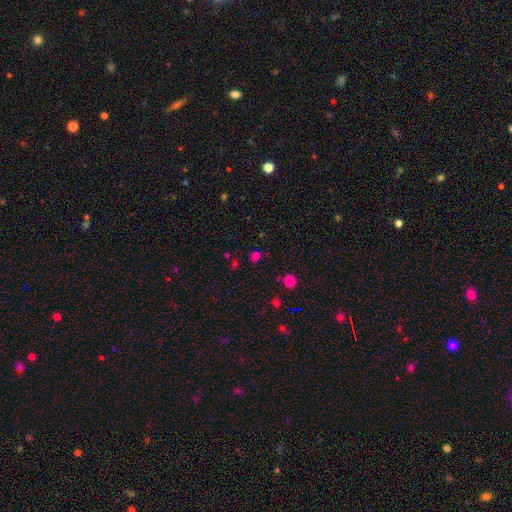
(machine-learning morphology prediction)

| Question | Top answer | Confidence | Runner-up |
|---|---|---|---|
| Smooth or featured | smooth | 62% | star or artifact (33%) |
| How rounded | round | 64% | in between (34%) |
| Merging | none | 78% | minor disturbance (12%) |